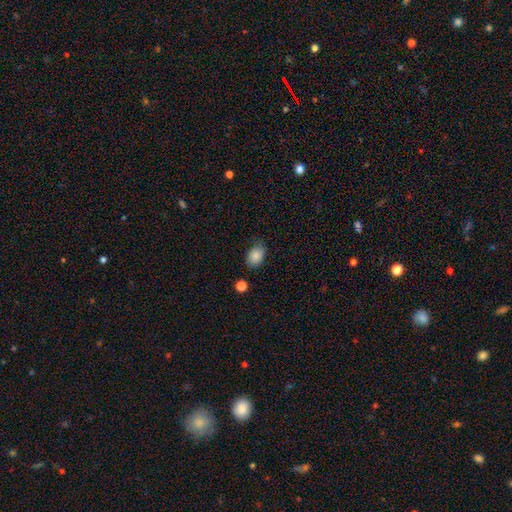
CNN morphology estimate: type=smooth (84%); roundness=in between (79%); merging=none (74%).